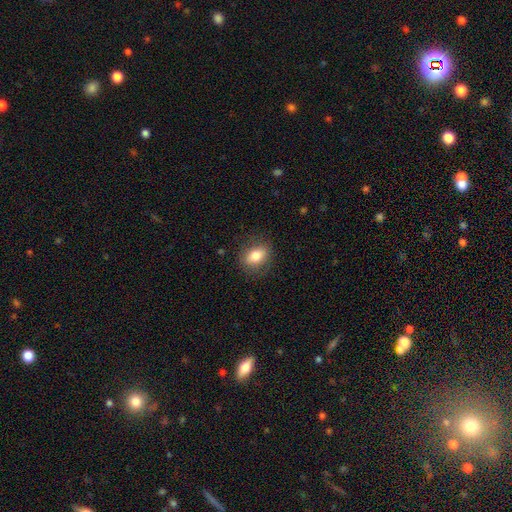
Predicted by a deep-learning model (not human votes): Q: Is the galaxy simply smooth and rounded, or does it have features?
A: smooth — 77%.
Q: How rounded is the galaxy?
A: in between — 70%.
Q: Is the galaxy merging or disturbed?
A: none — 83%.